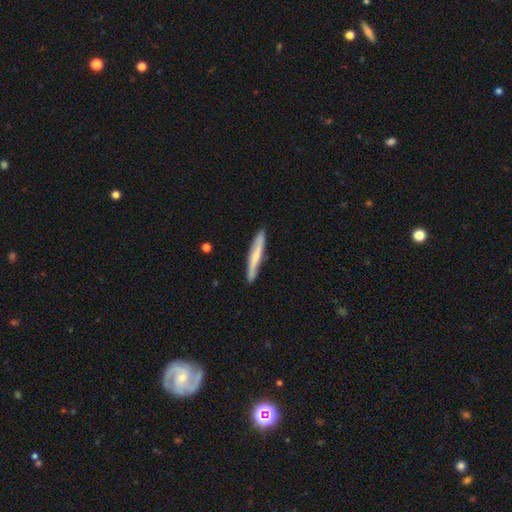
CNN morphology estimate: Smooth or featured: smooth — 54% (featured or disk — 41%)
How rounded: cigar-shaped — 95% (in between — 4%)
Merging: none — 87% (minor disturbance — 10%)